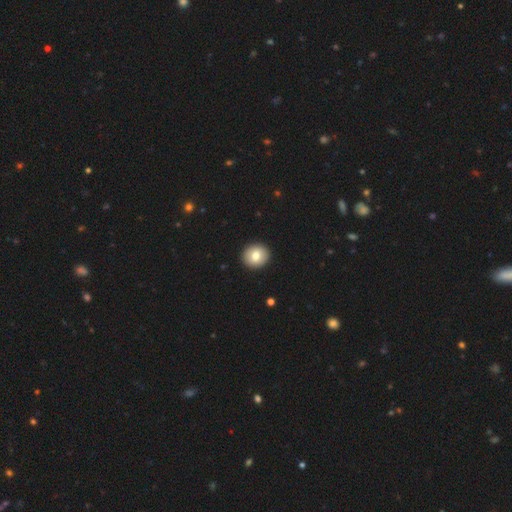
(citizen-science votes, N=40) Q: Smooth or featured?
A: smooth (78%); runner-up: featured or disk (18%)
Q: How rounded?
A: round (90%); runner-up: in between (10%)
Q: Merging?
A: none (92%); runner-up: minor disturbance (8%)